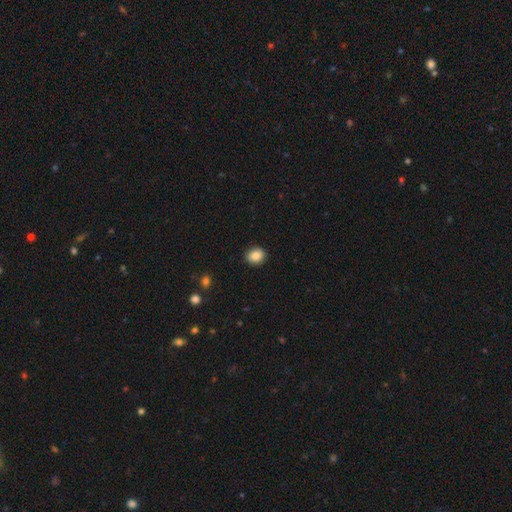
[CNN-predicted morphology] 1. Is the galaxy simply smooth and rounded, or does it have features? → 88% smooth, 9% star or artifact, 3% featured or disk.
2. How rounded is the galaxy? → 56% round, 43% in between, 1% cigar-shaped.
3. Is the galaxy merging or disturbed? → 88% none, 9% minor disturbance, 2% major disturbance, 1% merger.